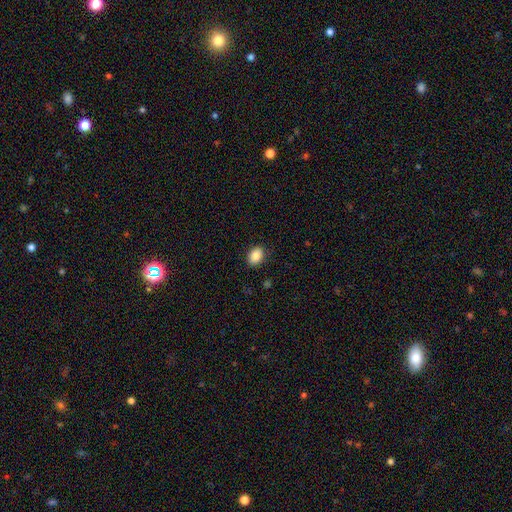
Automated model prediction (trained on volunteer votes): This appears to be a smooth galaxy with no disk features (85%) that is in between round and cigar-shaped (74%). Merging: none (88%).